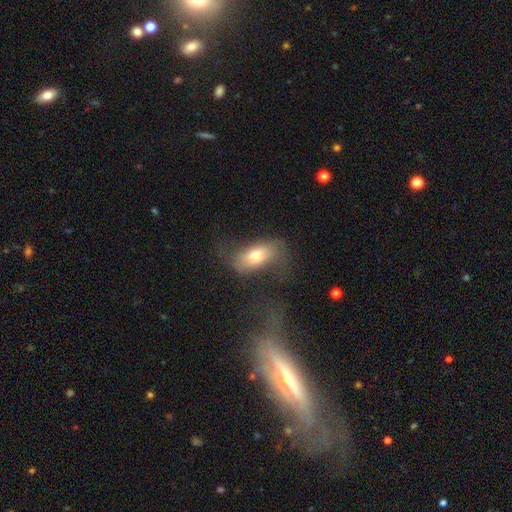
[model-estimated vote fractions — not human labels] smooth_or_featured: smooth (p=0.57) [alt: featured or disk p=0.34]
how_rounded: in between (p=0.86) [alt: cigar-shaped p=0.09]
merging: none (p=0.39) [alt: major disturbance p=0.34]